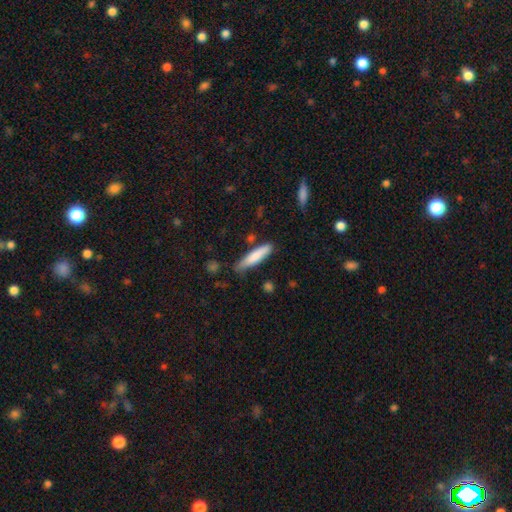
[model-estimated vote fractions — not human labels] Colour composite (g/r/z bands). It shows a smooth galaxy with no disk features (79%) that is cigar-shaped (82%). Merging: none (76%).